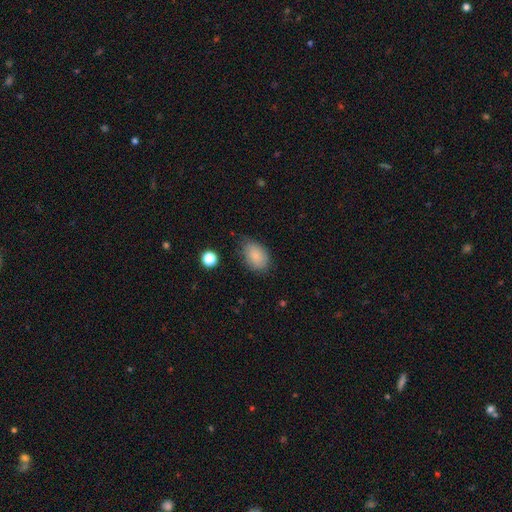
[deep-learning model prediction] A smooth galaxy with no disk features (83%) that is in between round and cigar-shaped (84%).

Vote fractions:
- Smooth or featured? smooth: 83% / featured or disk: 10% / star or artifact: 8%
- How rounded? in between: 84% / round: 15% / cigar-shaped: 1%
- Merging? none: 71% / minor disturbance: 22% / major disturbance: 5% / merger: 2%